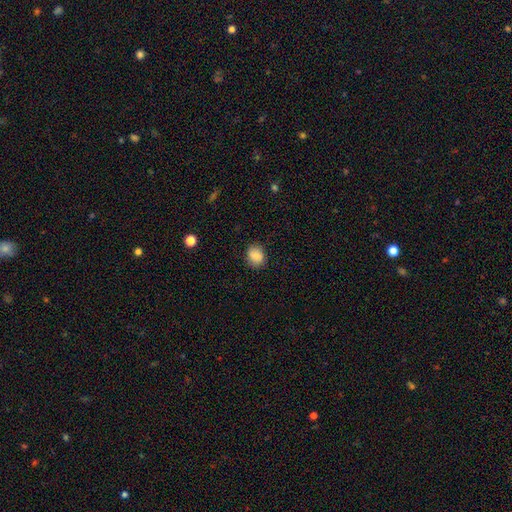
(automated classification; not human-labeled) smooth-or-featured: smooth: 88% | star or artifact: 8% | featured or disk: 4%
  how-rounded: round: 64% | in between: 35% | cigar-shaped: 1%
  merging: none: 85% | minor disturbance: 11% | major disturbance: 3% | merger: 1%